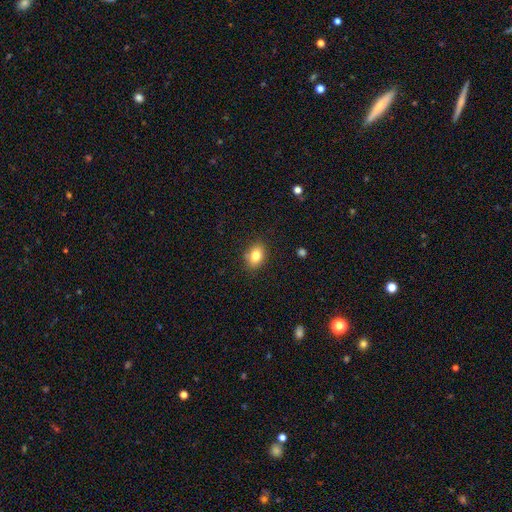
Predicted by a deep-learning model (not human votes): smooth_or_featured: smooth (p=0.79) [alt: featured or disk p=0.11]
how_rounded: in between (p=0.71) [alt: round p=0.27]
merging: none (p=0.84) [alt: minor disturbance p=0.11]